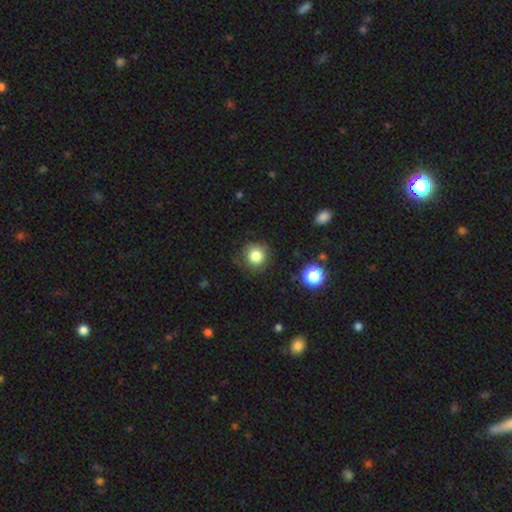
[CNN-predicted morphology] Smooth or featured? Predicted: smooth (p=0.82). How rounded? Predicted: round (p=0.92). Merging? Predicted: none (p=0.80).